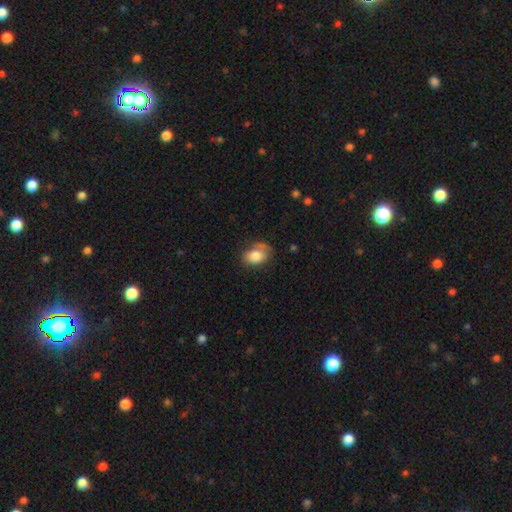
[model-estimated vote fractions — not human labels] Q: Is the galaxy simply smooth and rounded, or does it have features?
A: smooth — 79%.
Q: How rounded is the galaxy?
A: in between — 75%.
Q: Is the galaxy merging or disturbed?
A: none — 56%.